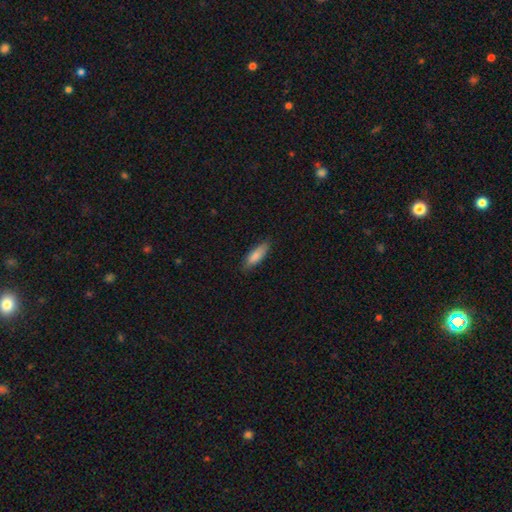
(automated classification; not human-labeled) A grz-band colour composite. It shows a smooth galaxy with no disk features (86%) that is in between round and cigar-shaped (53%). Merging: none (82%).